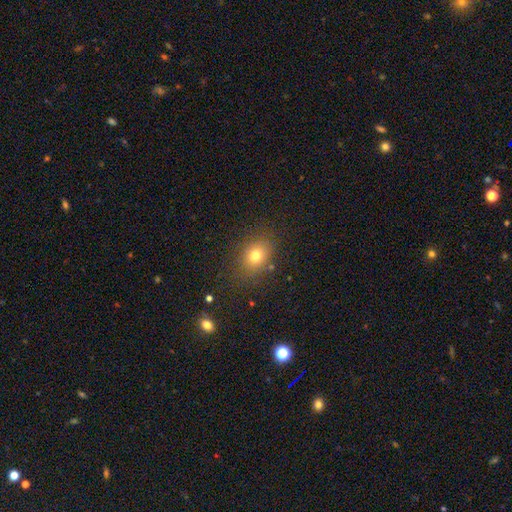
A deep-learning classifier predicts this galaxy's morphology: The model was most divided on "how rounded": in between: 56%, round: 43%, cigar-shaped: 1%. More confident: merging — none (82%); smooth or featured — smooth (75%).